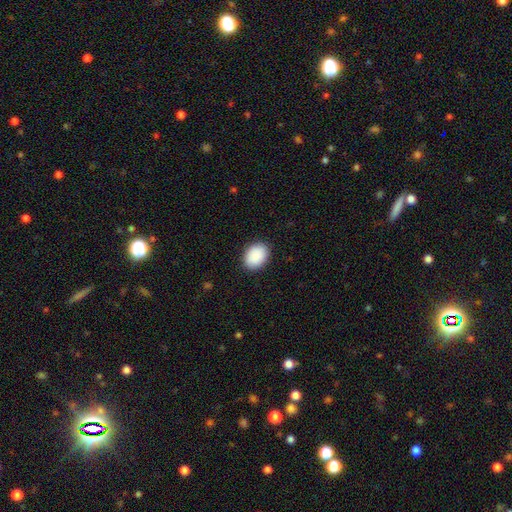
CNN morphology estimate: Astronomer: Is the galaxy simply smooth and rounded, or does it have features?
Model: smooth — 91%.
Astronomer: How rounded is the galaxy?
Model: in between — 73%.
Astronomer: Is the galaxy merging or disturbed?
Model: none — 89%.